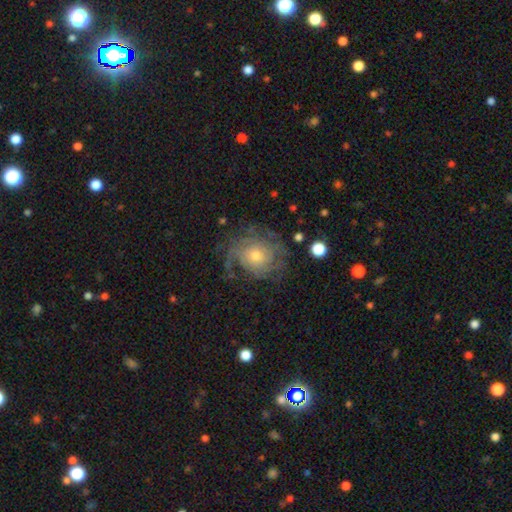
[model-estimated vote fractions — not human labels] featured or disk 74%, smooth 17%, star or artifact 9%. Down the decision tree: edge-on disk — no (97%); bar — no (82%); spiral arms — yes (89%); spiral arm count — can't tell (44%); spiral winding — tight (55%); bulge size — moderate (53%); merging — none (66%).